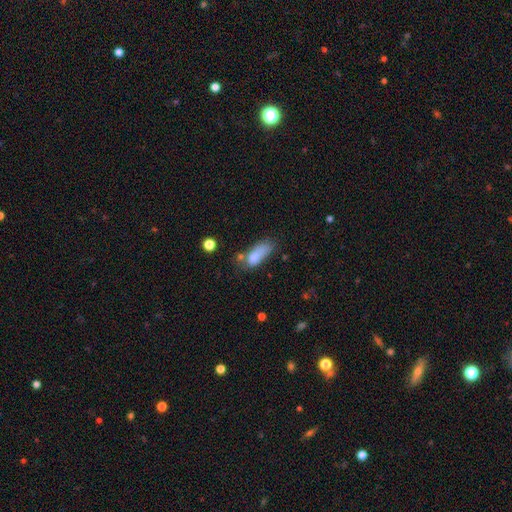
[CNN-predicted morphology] Smooth or featured?
  - smooth: 77% *
  - featured or disk: 13%
  - star or artifact: 10%
How rounded?
  - in between: 76% *
  - cigar-shaped: 20%
  - round: 4%
Merging?
  - none: 34% *
  - minor disturbance: 30%
  - major disturbance: 22%
  - merger: 14%